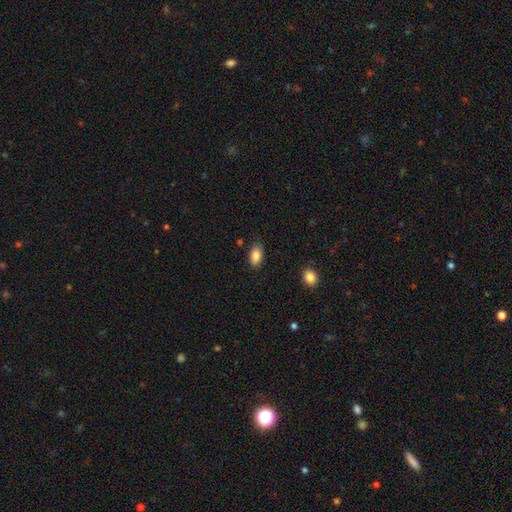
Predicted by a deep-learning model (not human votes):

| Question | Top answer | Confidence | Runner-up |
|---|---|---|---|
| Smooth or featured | smooth | 87% | star or artifact (8%) |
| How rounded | in between | 92% | round (5%) |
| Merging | none | 83% | minor disturbance (13%) |